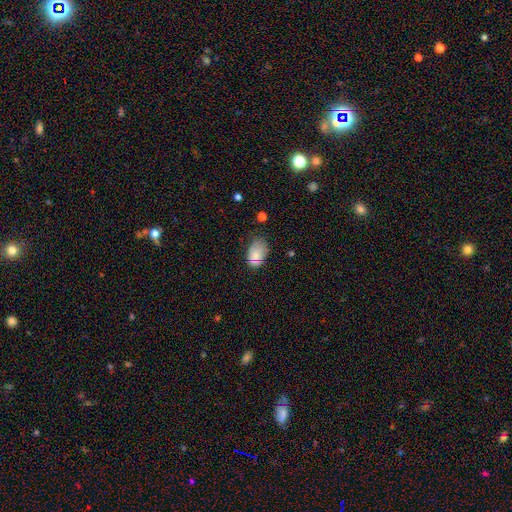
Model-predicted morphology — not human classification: This appears to be a smooth galaxy with no disk features (71%) that is in between round and cigar-shaped (88%). Merging: none (60%).